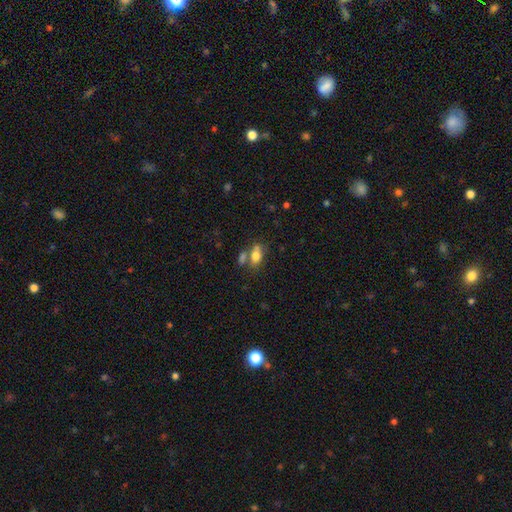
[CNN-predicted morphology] Smooth or featured?
  - smooth: 75% *
  - featured or disk: 16%
  - star or artifact: 9%
How rounded?
  - in between: 84% *
  - round: 8%
  - cigar-shaped: 8%
Merging?
  - none: 50% *
  - merger: 31%
  - minor disturbance: 13%
  - major disturbance: 6%